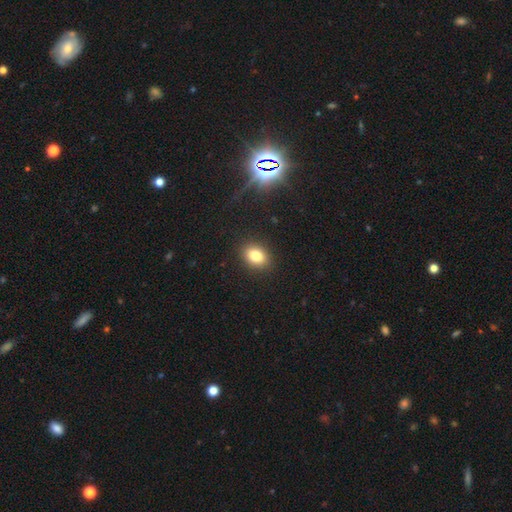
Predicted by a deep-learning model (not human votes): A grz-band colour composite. It shows a smooth galaxy with no disk features (82%) that is in between round and cigar-shaped (71%). Merging: none (88%).